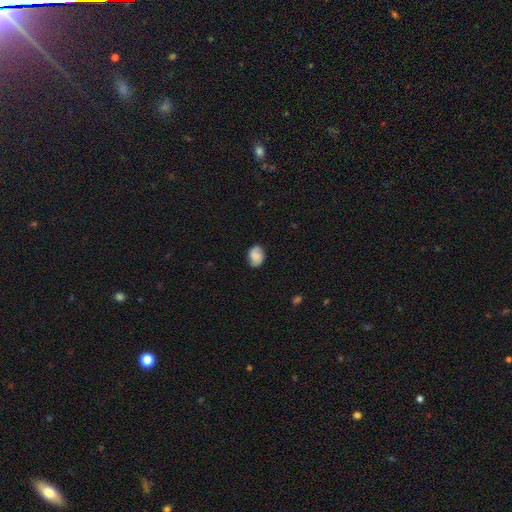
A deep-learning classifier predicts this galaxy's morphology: A smooth galaxy with no disk features (66%) that is in between round and cigar-shaped (61%). Merging: none (79%).